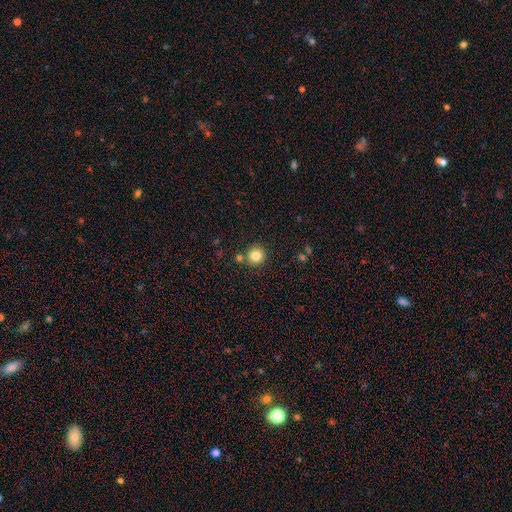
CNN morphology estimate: Overall: smooth (83%). How rounded: round (93%). Merging: none (82%).